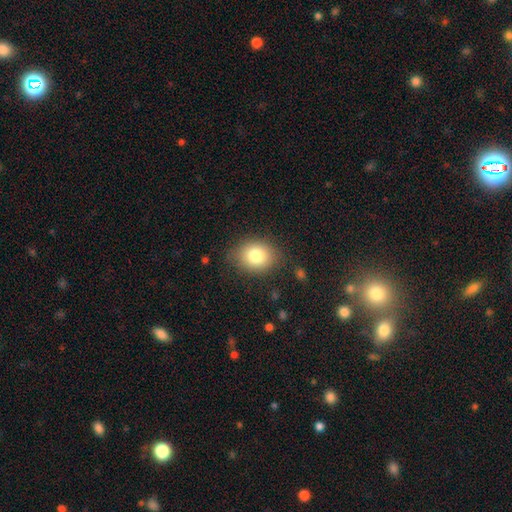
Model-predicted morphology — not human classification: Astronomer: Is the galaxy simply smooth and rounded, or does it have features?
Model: smooth — 81%.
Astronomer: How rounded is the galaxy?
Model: round — 51% (runner-up: in between, 48%).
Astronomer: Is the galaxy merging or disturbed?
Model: none — 83%.